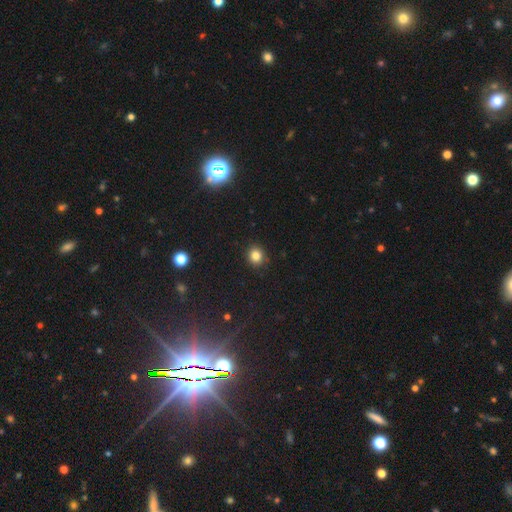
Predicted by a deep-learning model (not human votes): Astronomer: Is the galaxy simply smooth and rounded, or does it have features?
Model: smooth — 83%.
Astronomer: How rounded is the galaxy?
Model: round — 82%.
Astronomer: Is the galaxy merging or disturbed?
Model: none — 90%.